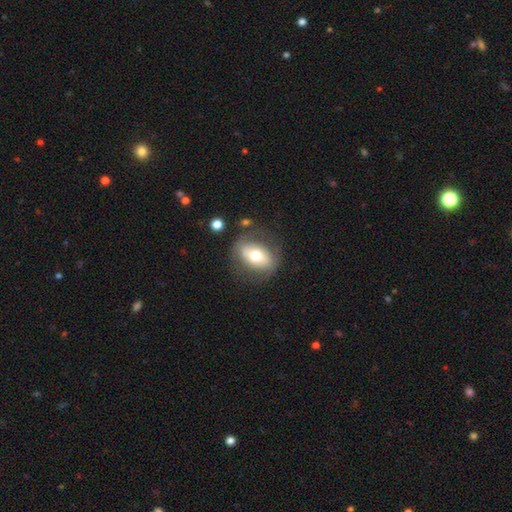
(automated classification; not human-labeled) A smooth galaxy with no disk features (54%) that is in between round and cigar-shaped (71%). Merging: none (76%).